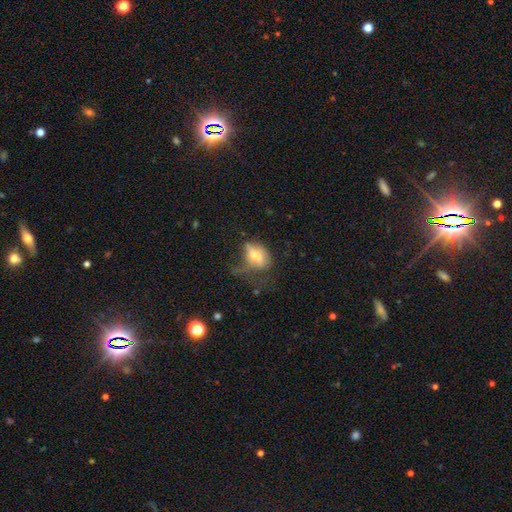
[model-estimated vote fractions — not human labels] Smooth or featured? Predicted: smooth (p=0.60). How rounded? Predicted: in between (p=0.79). Merging? Predicted: major disturbance (p=0.44).